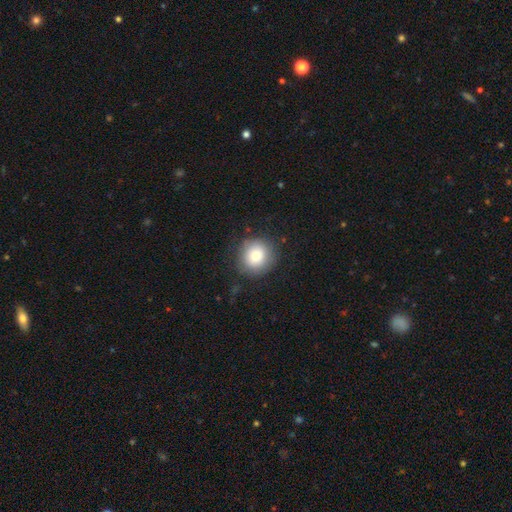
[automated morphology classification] Smooth or featured: smooth — 78% (featured or disk — 12%)
How rounded: round — 91% (in between — 8%)
Merging: none — 83% (minor disturbance — 12%)